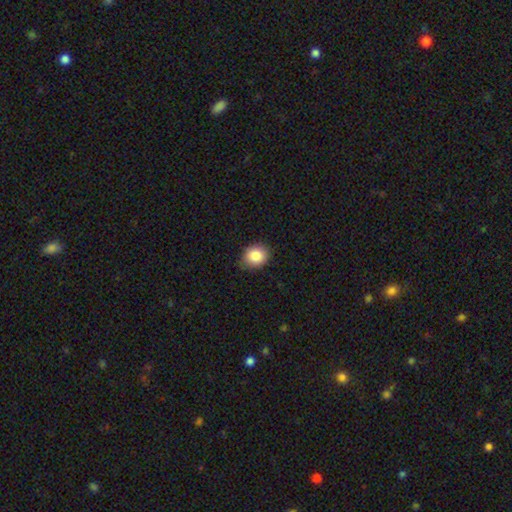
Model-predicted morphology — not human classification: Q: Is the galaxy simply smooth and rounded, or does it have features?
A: smooth — 85%.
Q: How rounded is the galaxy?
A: round — 57%.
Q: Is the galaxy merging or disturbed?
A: none — 79%.